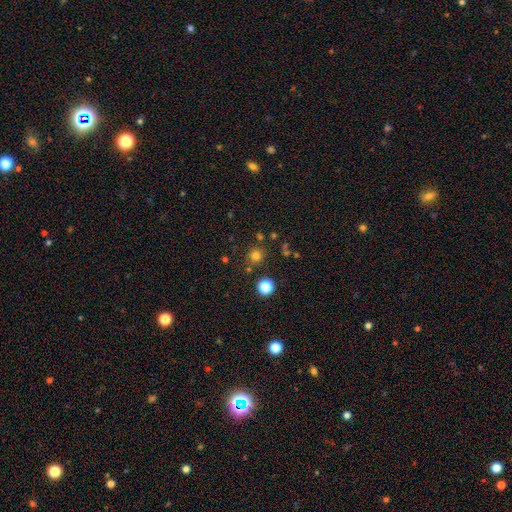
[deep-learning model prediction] smooth_or_featured: smooth (p=0.76) [alt: star or artifact p=0.18]
how_rounded: round (p=0.91) [alt: in between p=0.08]
merging: none (p=0.83) [alt: minor disturbance p=0.08]